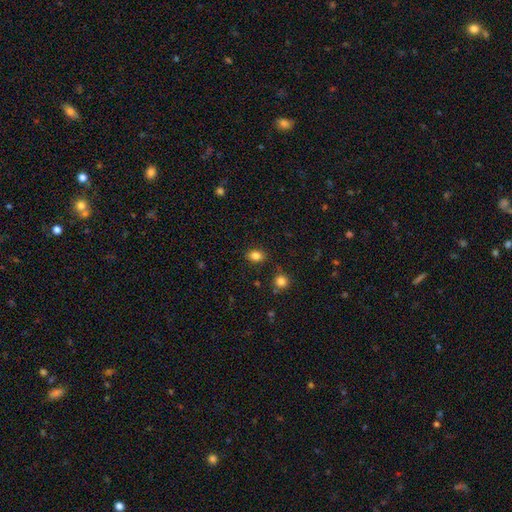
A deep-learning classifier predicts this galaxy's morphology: smooth 84%, star or artifact 11%, featured or disk 6%. Down the decision tree: how rounded — in between (72%); merging — none (83%).